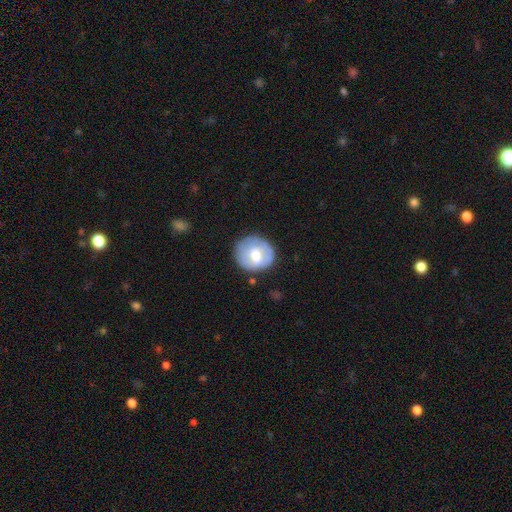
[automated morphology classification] Q: Smooth or featured?
A: smooth (54%); runner-up: featured or disk (39%)
Q: How rounded?
A: round (79%); runner-up: in between (20%)
Q: Merging?
A: none (69%); runner-up: minor disturbance (20%)